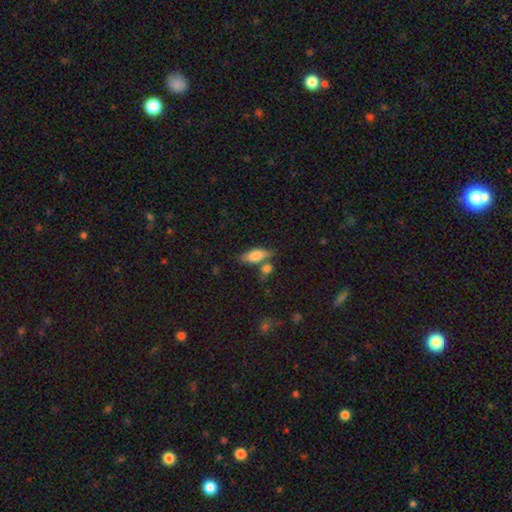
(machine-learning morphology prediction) smooth_or_featured: smooth (p=0.78) [alt: featured or disk p=0.15]
how_rounded: in between (p=0.79) [alt: cigar-shaped p=0.18]
merging: none (p=0.56) [alt: merger p=0.23]